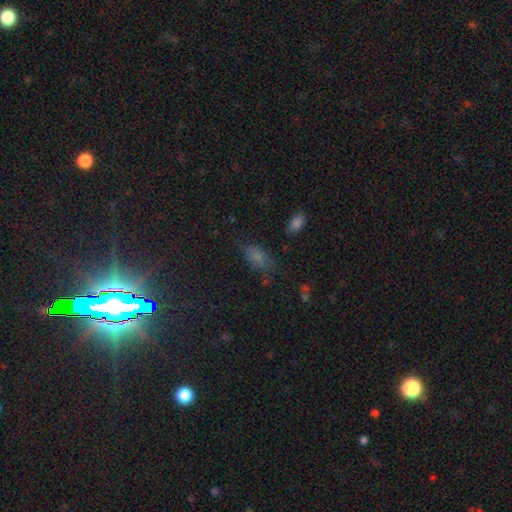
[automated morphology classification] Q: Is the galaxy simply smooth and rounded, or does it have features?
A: smooth — 58%.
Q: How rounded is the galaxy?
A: in between — 85%.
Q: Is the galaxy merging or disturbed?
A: none — 63%.